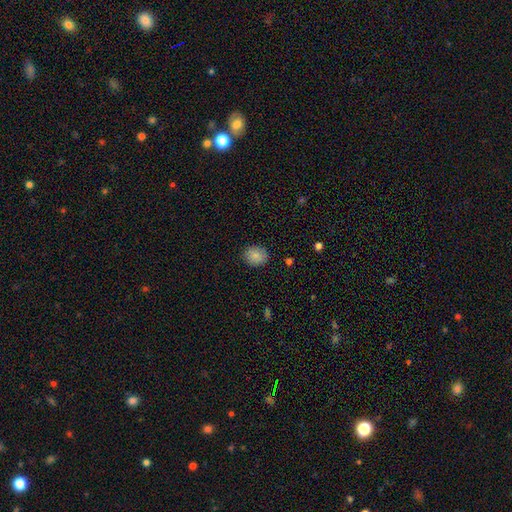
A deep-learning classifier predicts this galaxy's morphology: Smooth or featured? Predicted: smooth (p=0.86). How rounded? Predicted: round (p=0.60). Merging? Predicted: none (p=0.88).